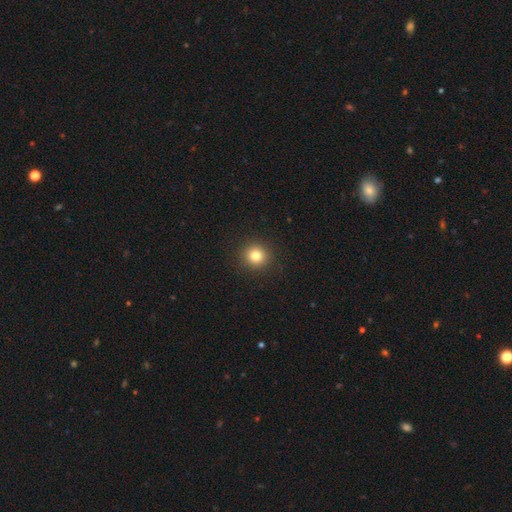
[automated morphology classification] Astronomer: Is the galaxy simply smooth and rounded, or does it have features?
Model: smooth — 80%.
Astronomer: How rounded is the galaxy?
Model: round — 94%.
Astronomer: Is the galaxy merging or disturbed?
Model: none — 92%.